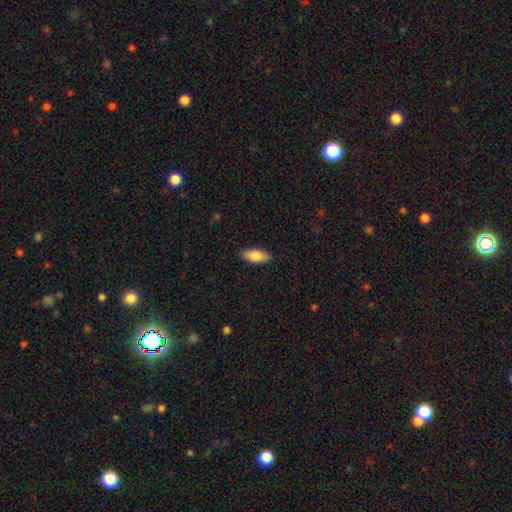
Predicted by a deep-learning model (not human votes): This appears to be a smooth galaxy with no disk features (82%) that is in between round and cigar-shaped (85%). Merging: none (88%).